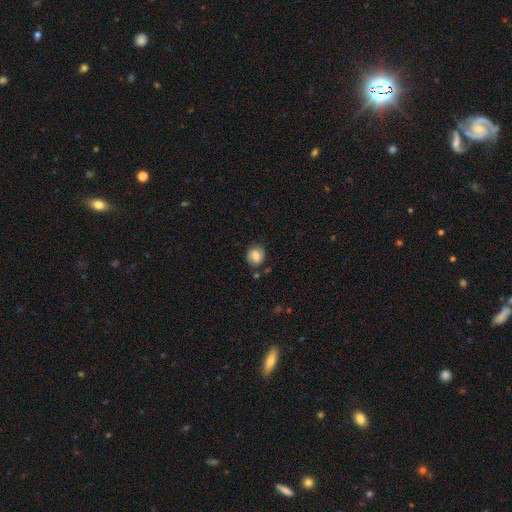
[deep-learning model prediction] smooth_or_featured: smooth (p=0.66) [alt: featured or disk p=0.25]
how_rounded: round (p=0.65) [alt: in between p=0.34]
merging: none (p=0.70) [alt: minor disturbance p=0.20]